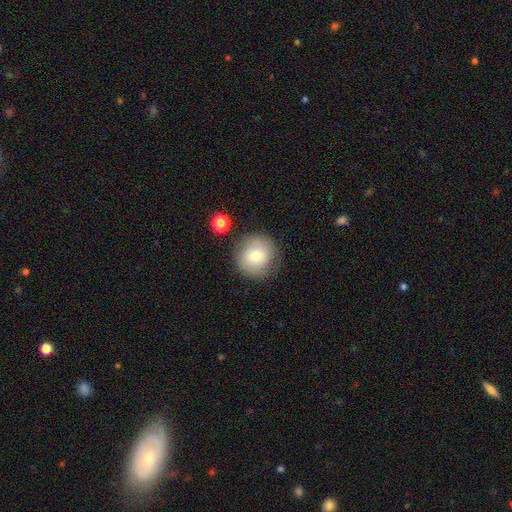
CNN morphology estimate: smooth_or_featured: smooth (p=0.73) [alt: featured or disk p=0.17]
how_rounded: round (p=0.94) [alt: in between p=0.05]
merging: none (p=0.82) [alt: minor disturbance p=0.11]